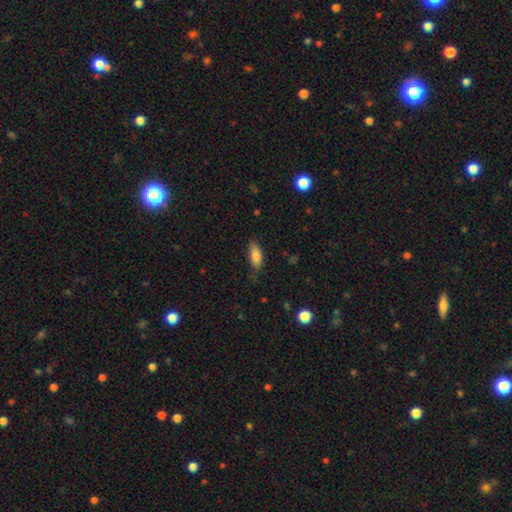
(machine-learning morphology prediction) Smooth or featured?
  - smooth: 83% *
  - featured or disk: 10%
  - star or artifact: 7%
How rounded?
  - in between: 75% *
  - cigar-shaped: 23%
  - round: 2%
Merging?
  - none: 67% *
  - minor disturbance: 25%
  - major disturbance: 6%
  - merger: 2%